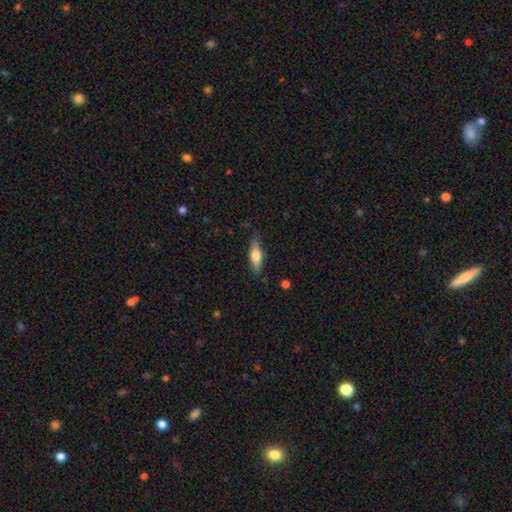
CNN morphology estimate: A smooth galaxy with no disk features (60%) that is cigar-shaped (50%). Merging: none (80%).